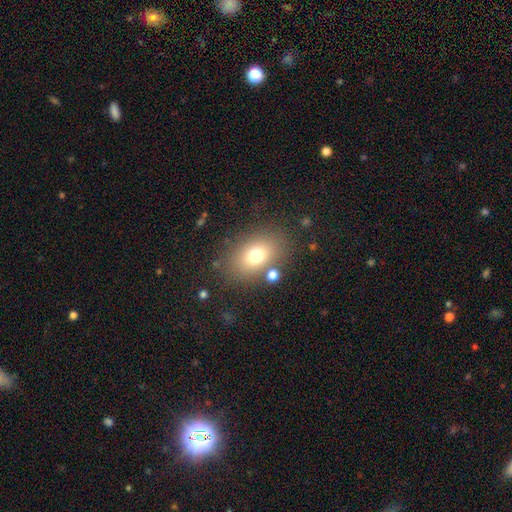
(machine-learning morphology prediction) This is likely a smooth galaxy (74%). How rounded: likely in between (75%). Merging: likely none (76%).